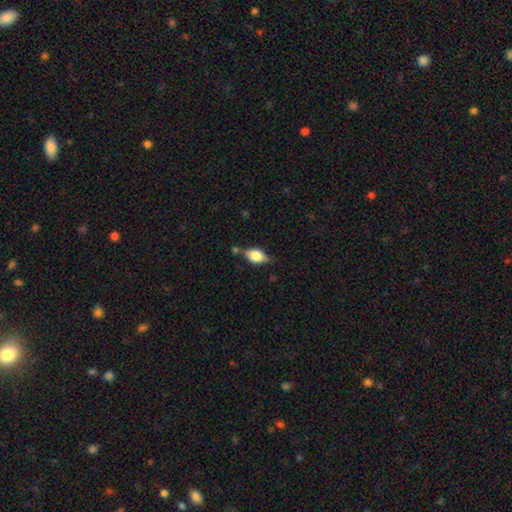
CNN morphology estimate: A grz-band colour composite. It shows a smooth galaxy with no disk features (70%) that is in between round and cigar-shaped (81%). Merging: none (64%).